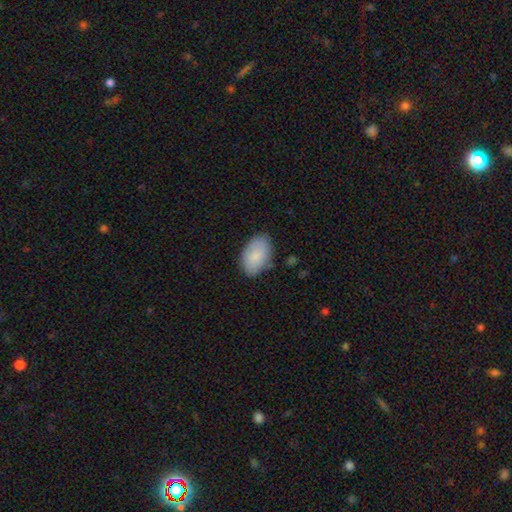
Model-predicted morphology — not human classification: smooth_or_featured: smooth (p=0.85) [alt: featured or disk p=0.09]
how_rounded: in between (p=0.92) [alt: round p=0.06]
merging: none (p=0.79) [alt: minor disturbance p=0.16]